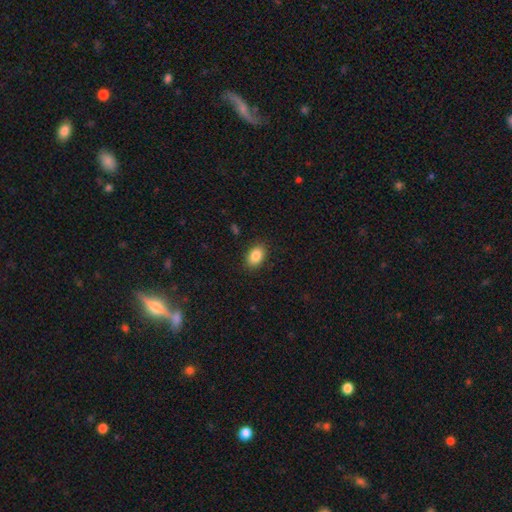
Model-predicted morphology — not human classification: type=smooth (87%); roundness=in between (85%); merging=none (88%).